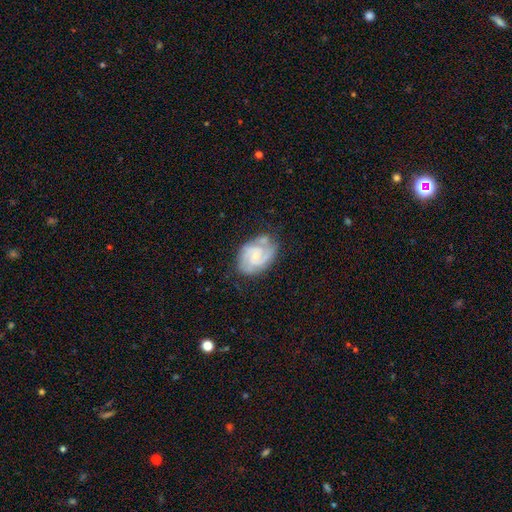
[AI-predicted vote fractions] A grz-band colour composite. It shows a featured or disk galaxy (81%) with no bar (53%), 2 (56%) tight (52%) spiral arms (96%) and a small central bulge (53%). Merging: none (64%).